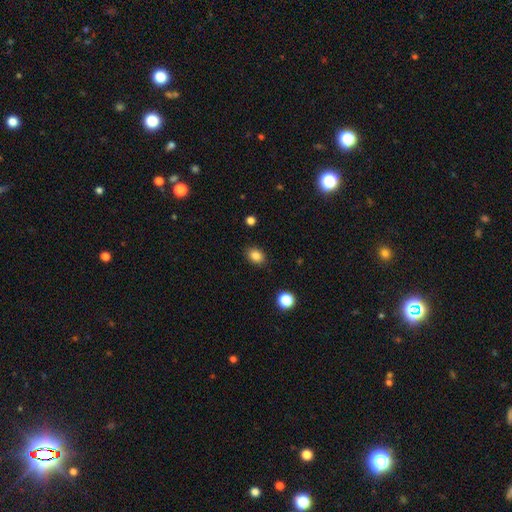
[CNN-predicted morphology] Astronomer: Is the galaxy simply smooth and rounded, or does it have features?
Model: smooth — 85%.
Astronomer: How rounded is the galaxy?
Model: in between — 68%.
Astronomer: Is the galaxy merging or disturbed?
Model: none — 87%.